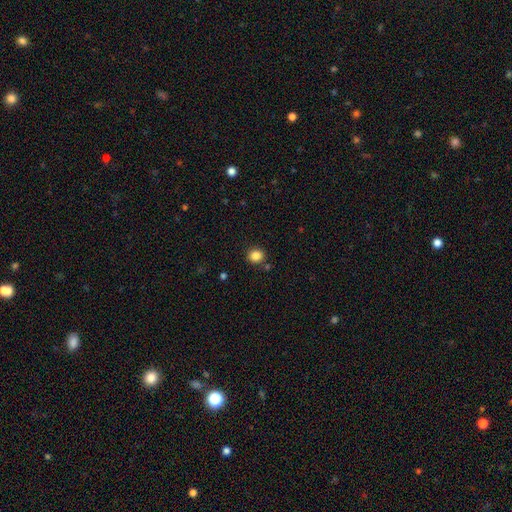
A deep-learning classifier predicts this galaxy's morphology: Overall: smooth (85%). How rounded: round (84%). Merging: none (86%).